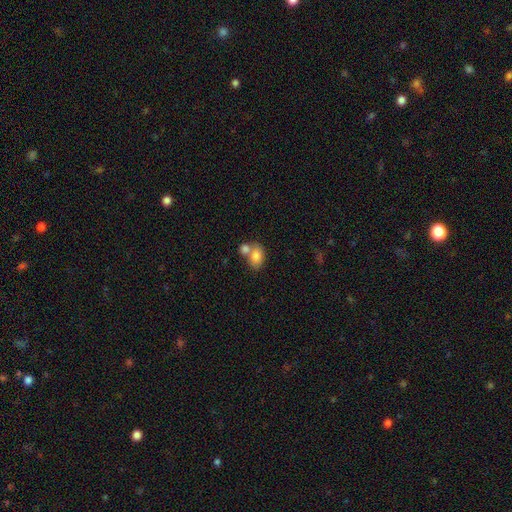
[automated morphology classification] A smooth galaxy with no disk features (81%) that is in between round and cigar-shaped (79%).

Vote fractions:
- Smooth or featured? smooth: 81% / featured or disk: 11% / star or artifact: 8%
- How rounded? in between: 79% / round: 20% / cigar-shaped: 1%
- Merging? merger: 47% / none: 39% / minor disturbance: 10% / major disturbance: 4%